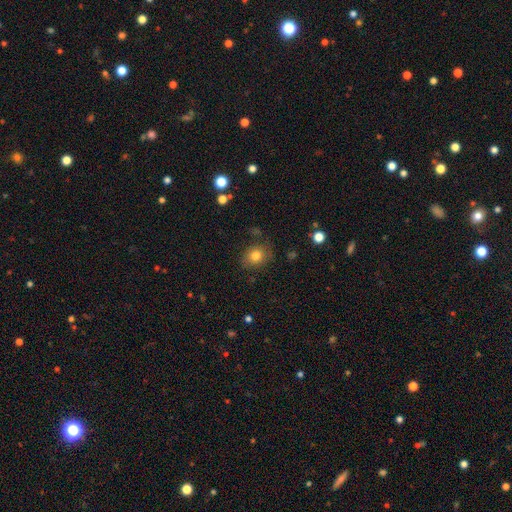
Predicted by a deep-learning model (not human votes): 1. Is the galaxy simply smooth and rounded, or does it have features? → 79% smooth, 12% star or artifact, 9% featured or disk.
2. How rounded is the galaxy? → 65% round, 34% in between, 1% cigar-shaped.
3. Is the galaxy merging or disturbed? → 80% none, 14% minor disturbance, 4% major disturbance, 2% merger.